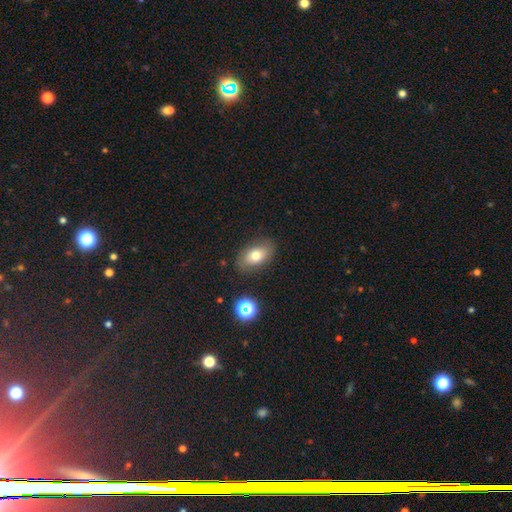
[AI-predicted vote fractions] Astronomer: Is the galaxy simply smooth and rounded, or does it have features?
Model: smooth — 73%.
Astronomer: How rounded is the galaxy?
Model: in between — 87%.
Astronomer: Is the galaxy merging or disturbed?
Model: none — 82%.